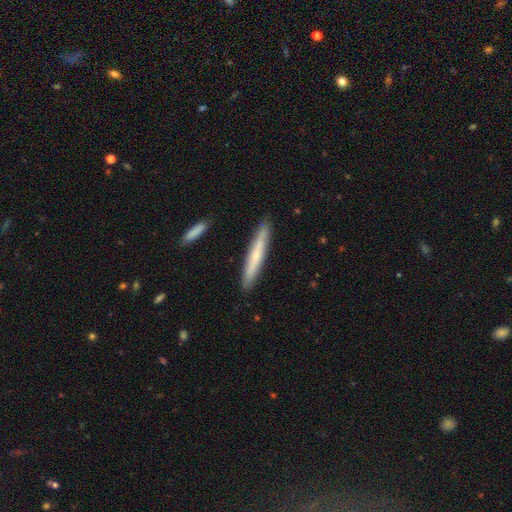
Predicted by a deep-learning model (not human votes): Smooth or featured?
  - smooth: 60% *
  - featured or disk: 35%
  - star or artifact: 6%
How rounded?
  - cigar-shaped: 95% *
  - in between: 4%
  - round: 1%
Merging?
  - none: 89% *
  - minor disturbance: 8%
  - merger: 2%
  - major disturbance: 1%